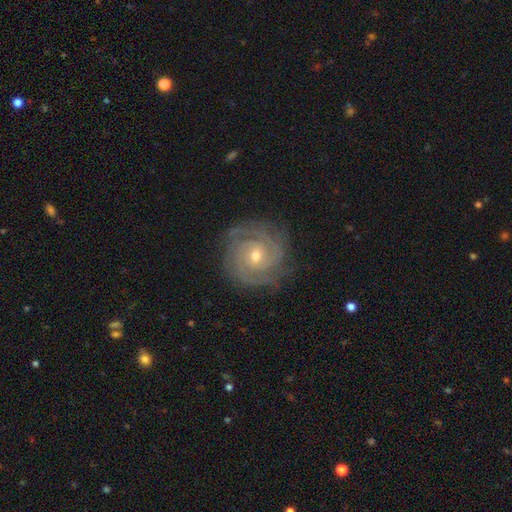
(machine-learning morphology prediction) Q: Smooth or featured?
A: featured or disk (88%); runner-up: smooth (6%)
Q: Edge-on disk?
A: no (98%); runner-up: yes (2%)
Q: Bar?
A: no (65%); runner-up: weak (28%)
Q: Spiral arms?
A: yes (98%); runner-up: no (2%)
Q: Spiral winding?
A: tight (77%); runner-up: medium (20%)
Q: Spiral arm count?
A: 3 (31%); runner-up: 2 (29%)
Q: Bulge size?
A: small (50%); runner-up: moderate (47%)
Q: Merging?
A: none (82%); runner-up: minor disturbance (13%)